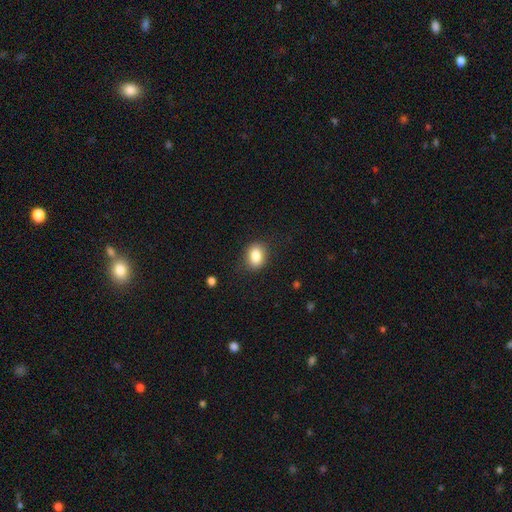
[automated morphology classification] Smooth or featured?
  - smooth: 84% *
  - star or artifact: 9%
  - featured or disk: 7%
How rounded?
  - in between: 60% *
  - round: 39%
  - cigar-shaped: 1%
Merging?
  - none: 84% *
  - minor disturbance: 12%
  - major disturbance: 3%
  - merger: 1%